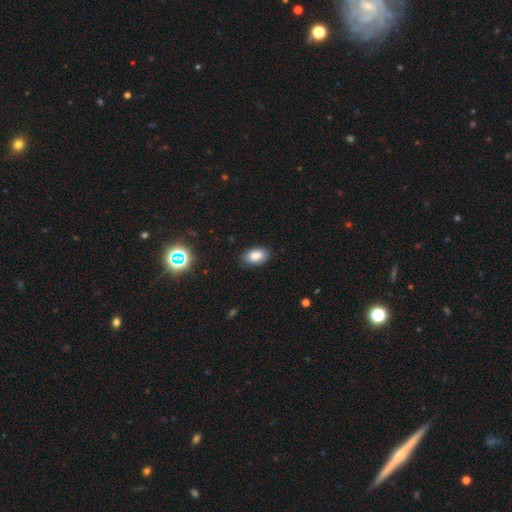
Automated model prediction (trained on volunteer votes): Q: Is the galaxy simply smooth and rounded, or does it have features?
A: smooth — 86%.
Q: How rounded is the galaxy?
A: in between — 91%.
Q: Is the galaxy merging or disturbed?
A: none — 86%.